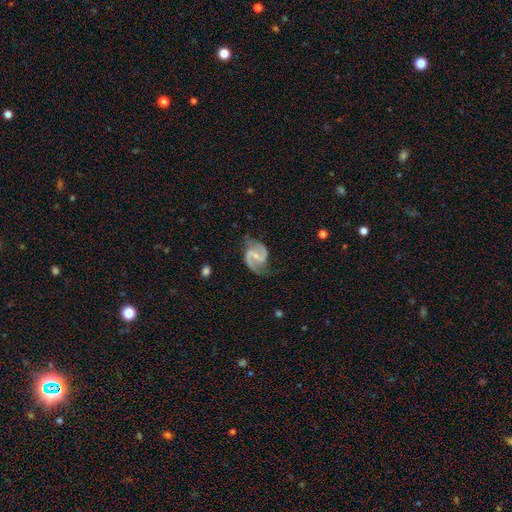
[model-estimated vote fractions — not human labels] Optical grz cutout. It shows a featured or disk galaxy (90%) with a weak bar (51%), 2 (92%) medium (54%) spiral arms (97%) and a small central bulge (60%). Merging: none (68%).